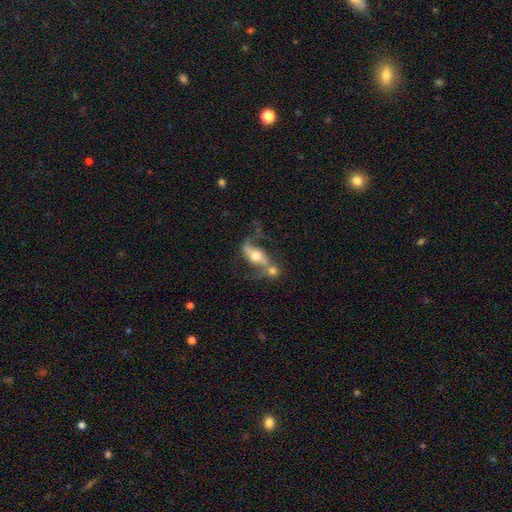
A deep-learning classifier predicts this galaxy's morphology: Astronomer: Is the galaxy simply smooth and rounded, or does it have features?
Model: featured or disk — 71%.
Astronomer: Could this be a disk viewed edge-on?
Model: no — 83%.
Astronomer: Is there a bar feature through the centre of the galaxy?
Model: no — 42% (runner-up: weak, 30%).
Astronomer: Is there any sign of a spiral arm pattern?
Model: yes — 83%.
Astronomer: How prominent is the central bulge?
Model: moderate — 56%.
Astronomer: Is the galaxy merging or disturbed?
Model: merger — 39% (runner-up: none, 33%).